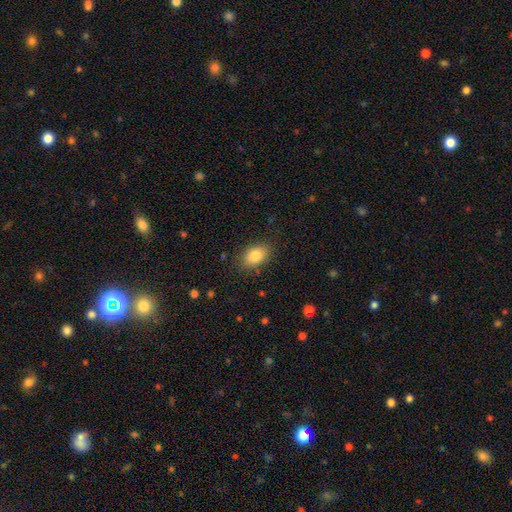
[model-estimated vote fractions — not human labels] Smooth or featured? smooth (83%)
How rounded? in between (85%)
Merging? none (85%)